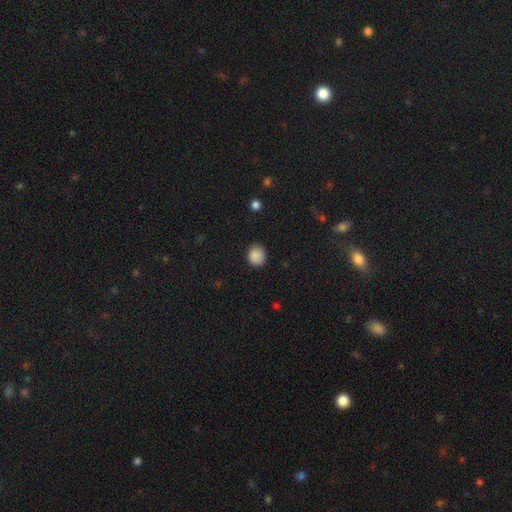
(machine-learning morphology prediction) smooth-or-featured: smooth: 88% | star or artifact: 9% | featured or disk: 3%
  how-rounded: round: 85% | in between: 14% | cigar-shaped: 1%
  merging: none: 87% | minor disturbance: 9% | major disturbance: 2% | merger: 1%